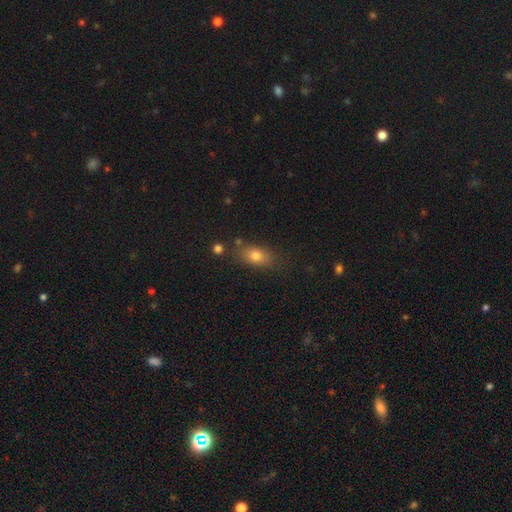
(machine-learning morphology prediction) This appears to be a smooth galaxy with no disk features (76%) that is in between round and cigar-shaped (77%). Merging: none (75%).